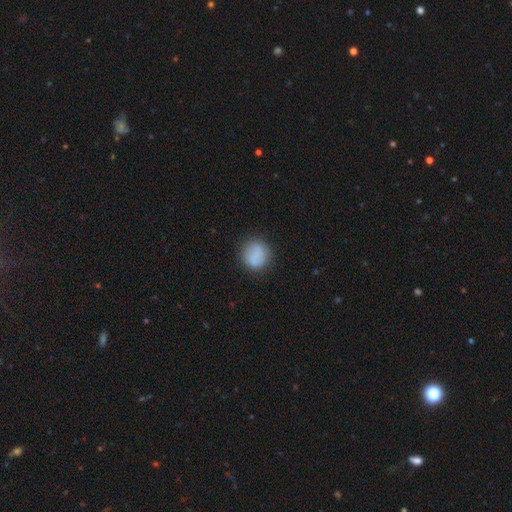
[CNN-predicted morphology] Smooth or featured? smooth (84%)
How rounded? round (86%)
Merging? none (80%)